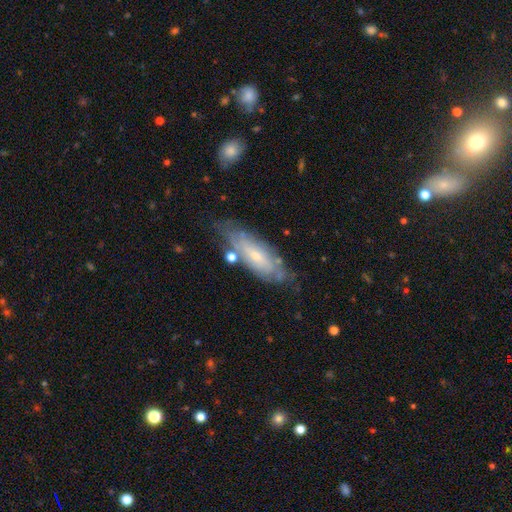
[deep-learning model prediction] Smooth or featured? Predicted: featured or disk (p=0.58). Edge-on disk? Predicted: no (p=0.76). Merging? Predicted: none (p=0.64).